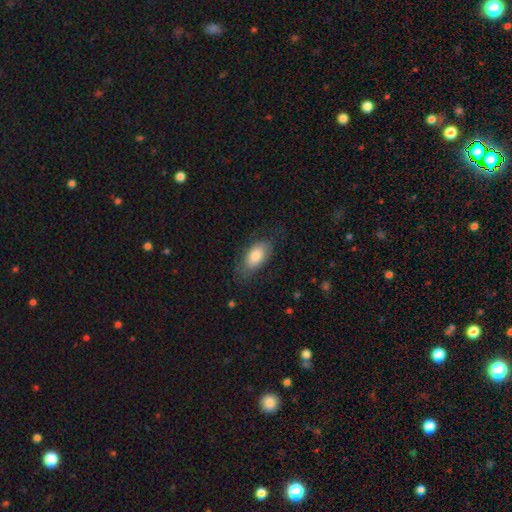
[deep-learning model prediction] Smooth or featured?
  - smooth: 79% *
  - featured or disk: 15%
  - star or artifact: 6%
How rounded?
  - in between: 92% *
  - cigar-shaped: 4%
  - round: 4%
Merging?
  - none: 68% *
  - minor disturbance: 22%
  - major disturbance: 9%
  - merger: 1%